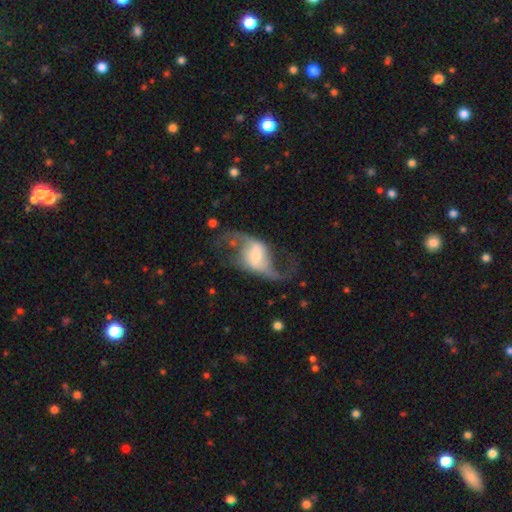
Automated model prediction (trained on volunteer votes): Smooth or featured? Predicted: featured or disk (p=0.85). Edge-on disk? Predicted: no (p=0.96). Bar? Predicted: weak (p=0.40). Spiral arms? Predicted: yes (p=0.94). Spiral winding? Predicted: loose (p=0.78). Spiral arm count? Predicted: 2 (p=0.93). Bulge size? Predicted: small (p=0.45). Merging? Predicted: none (p=0.62).